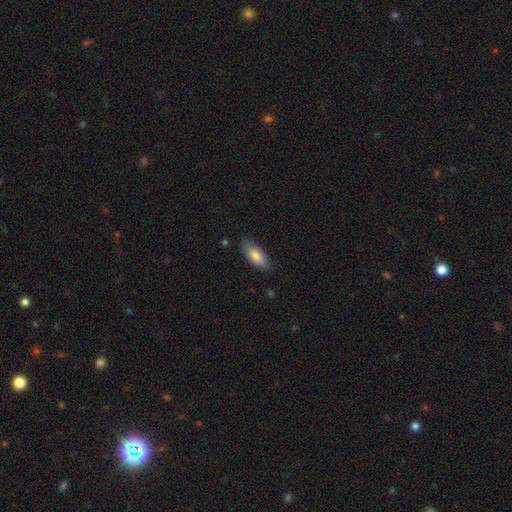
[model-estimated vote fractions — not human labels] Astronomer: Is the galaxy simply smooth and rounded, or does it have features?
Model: smooth — 81%.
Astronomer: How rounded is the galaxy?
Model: in between — 81%.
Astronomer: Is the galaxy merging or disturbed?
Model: none — 80%.